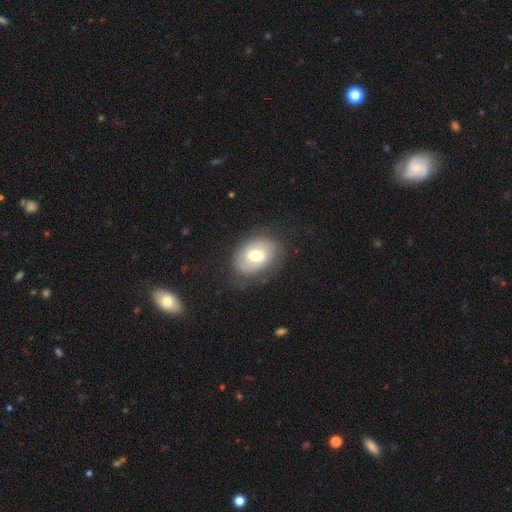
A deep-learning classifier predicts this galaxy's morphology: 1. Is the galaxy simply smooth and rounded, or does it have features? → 55% smooth, 37% featured or disk, 8% star or artifact.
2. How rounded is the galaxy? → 72% in between, 27% round, 1% cigar-shaped.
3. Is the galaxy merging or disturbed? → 72% none, 19% minor disturbance, 8% major disturbance, 1% merger.